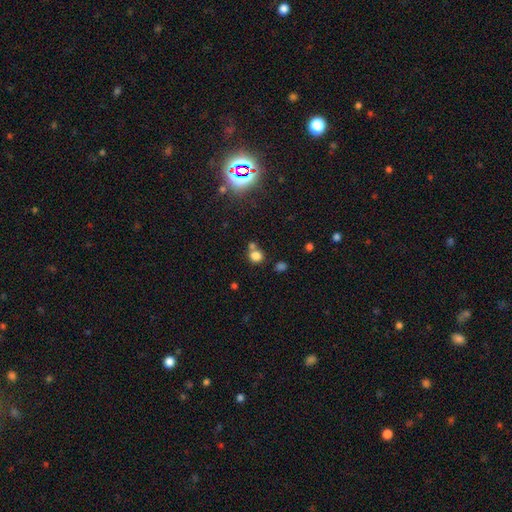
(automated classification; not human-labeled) smooth_or_featured: smooth (p=0.78) [alt: star or artifact p=0.15]
how_rounded: round (p=0.83) [alt: in between p=0.16]
merging: none (p=0.57) [alt: merger p=0.30]